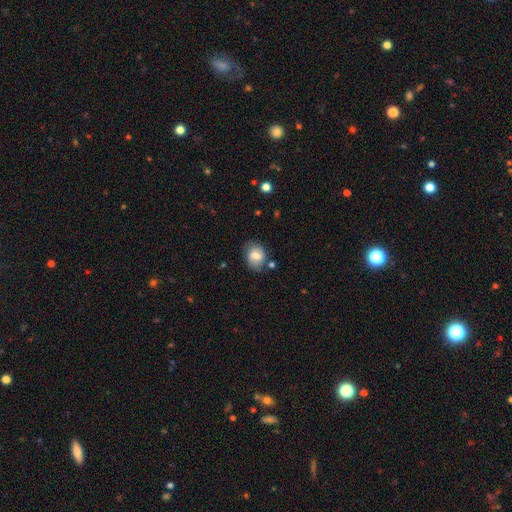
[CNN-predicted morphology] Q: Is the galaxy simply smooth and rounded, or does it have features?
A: smooth — 66%.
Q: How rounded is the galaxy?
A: in between — 59%.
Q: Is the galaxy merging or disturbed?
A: none — 68%.